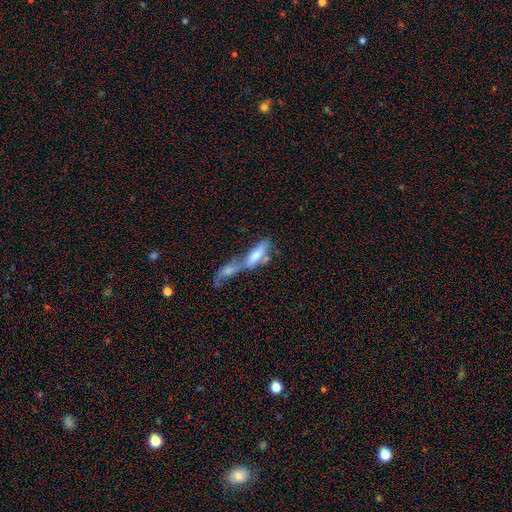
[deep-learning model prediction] This is possibly a smooth galaxy (57%). How rounded: possibly in between (54%). Merging: likely merger (72%).